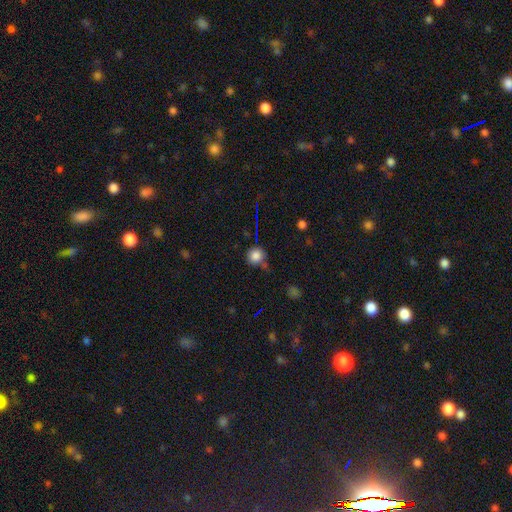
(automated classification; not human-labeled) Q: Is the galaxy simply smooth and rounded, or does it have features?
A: smooth — 81%.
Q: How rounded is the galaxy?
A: round — 92%.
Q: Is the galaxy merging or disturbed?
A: none — 66%.